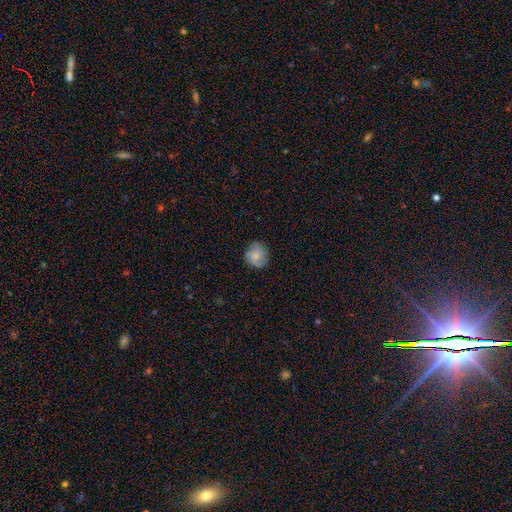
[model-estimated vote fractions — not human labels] This appears to be a smooth galaxy with no disk features (49%). Merging: none (77%).